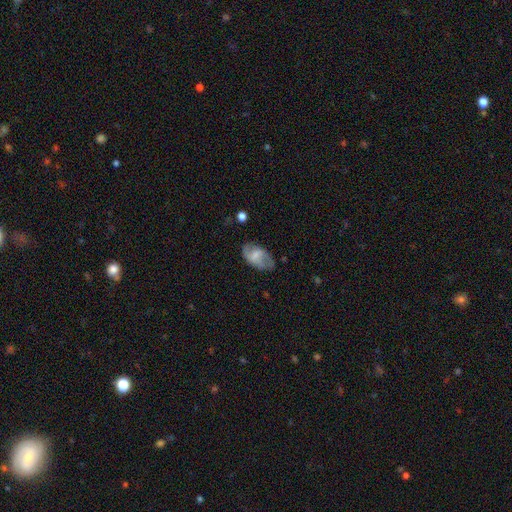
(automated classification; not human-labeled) featured or disk 47%, smooth 46%, star or artifact 7%. Down the decision tree: merging — none (64%).